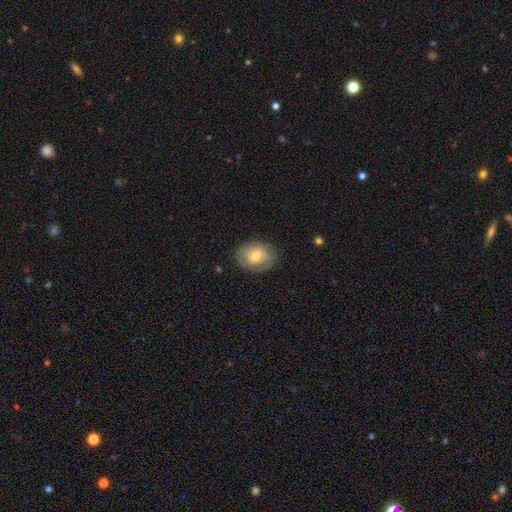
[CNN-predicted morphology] The model was most divided on "how rounded": in between: 52%, round: 47%, cigar-shaped: 1%. More confident: merging — none (76%); smooth or featured — smooth (54%).